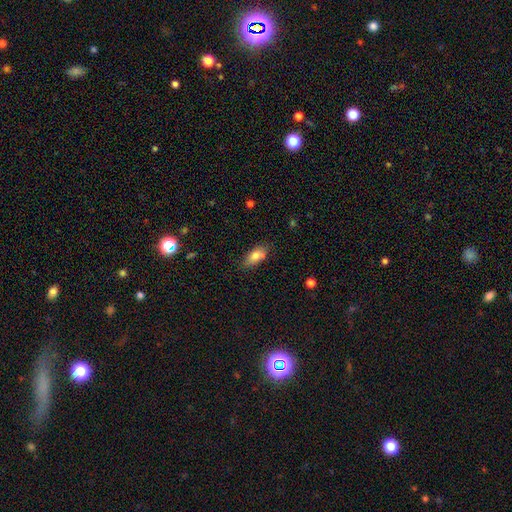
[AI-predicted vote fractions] Smooth or featured? Predicted: smooth (p=0.77). How rounded? Predicted: in between (p=0.84). Merging? Predicted: none (p=0.67).